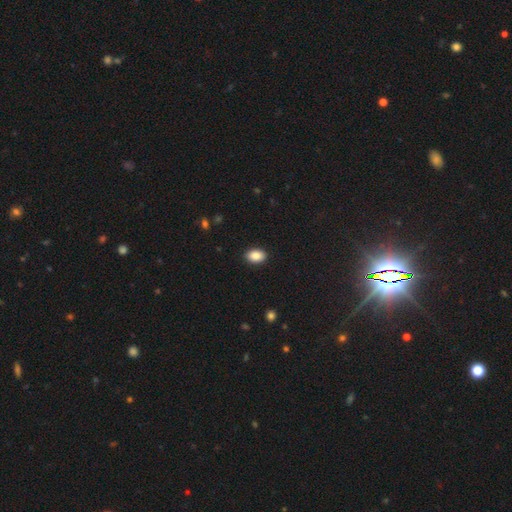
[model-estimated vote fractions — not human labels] smooth_or_featured: smooth (p=0.88) [alt: star or artifact p=0.08]
how_rounded: in between (p=0.85) [alt: round p=0.13]
merging: none (p=0.90) [alt: minor disturbance p=0.07]